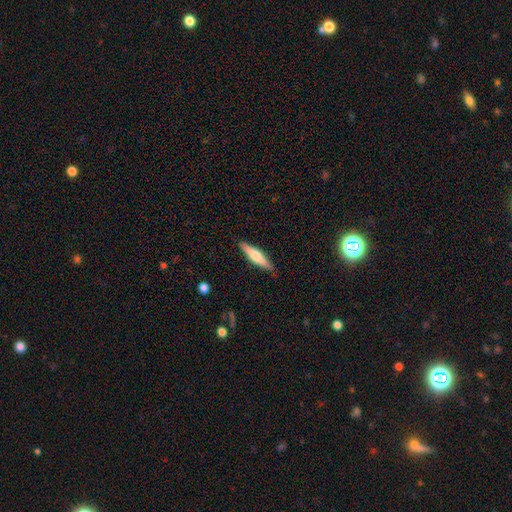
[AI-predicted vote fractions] A smooth galaxy with no disk features (50%).

Vote fractions:
- Smooth or featured? smooth: 50% / featured or disk: 45% / star or artifact: 6%
- Merging? none: 89% / minor disturbance: 9% / major disturbance: 2% / merger: 1%